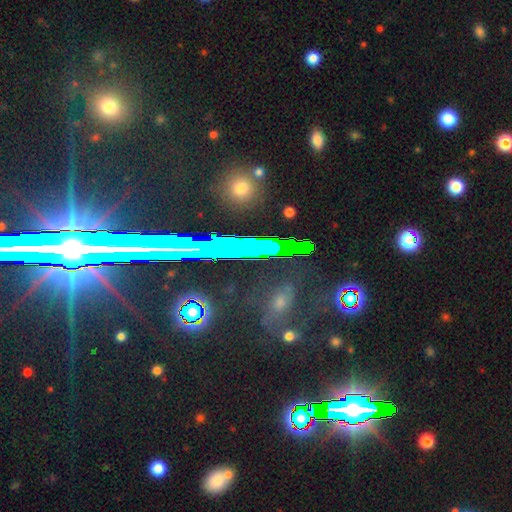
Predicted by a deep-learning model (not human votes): smooth-or-featured: star or artifact: 67% | smooth: 17% | featured or disk: 17%